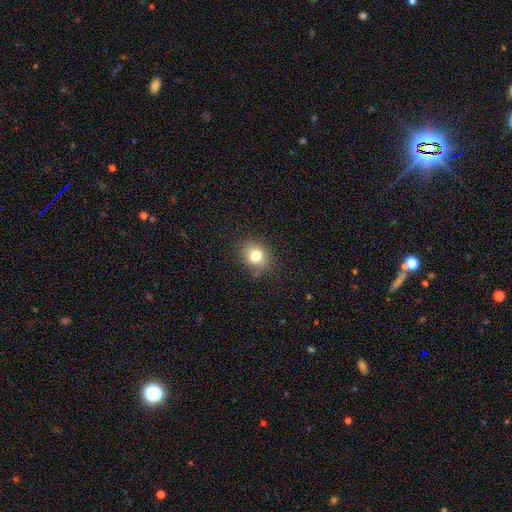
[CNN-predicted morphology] A smooth galaxy with no disk features (79%) that is round (65%).

Vote fractions:
- Smooth or featured? smooth: 79% / star or artifact: 12% / featured or disk: 9%
- How rounded? round: 65% / in between: 34% / cigar-shaped: 1%
- Merging? none: 81% / minor disturbance: 14% / major disturbance: 4% / merger: 1%